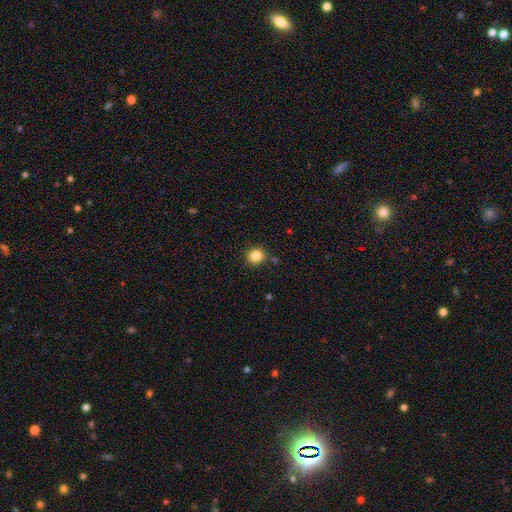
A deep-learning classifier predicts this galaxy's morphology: Q: Smooth or featured?
A: smooth (84%); runner-up: star or artifact (11%)
Q: How rounded?
A: round (88%); runner-up: in between (11%)
Q: Merging?
A: none (88%); runner-up: minor disturbance (8%)